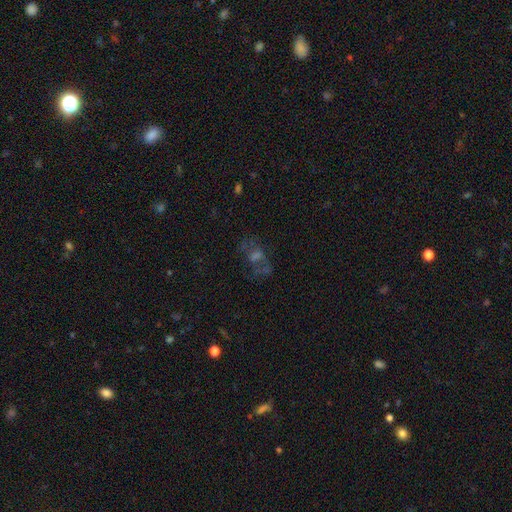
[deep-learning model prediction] Morphology: type=featured or disk (45%); merging=none (56%).